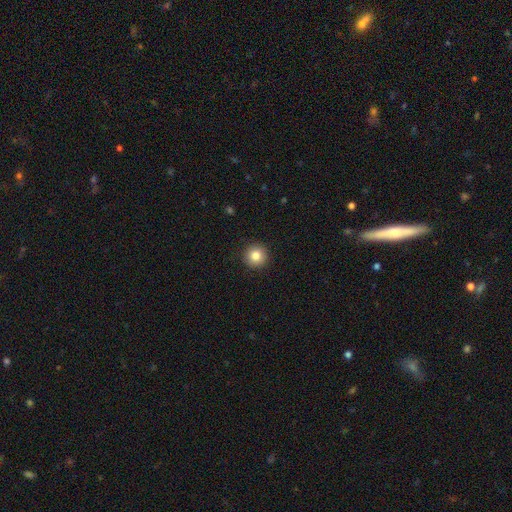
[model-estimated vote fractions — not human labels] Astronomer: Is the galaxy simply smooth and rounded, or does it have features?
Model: smooth — 84%.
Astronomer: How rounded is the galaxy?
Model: round — 95%.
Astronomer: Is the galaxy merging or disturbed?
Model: none — 93%.